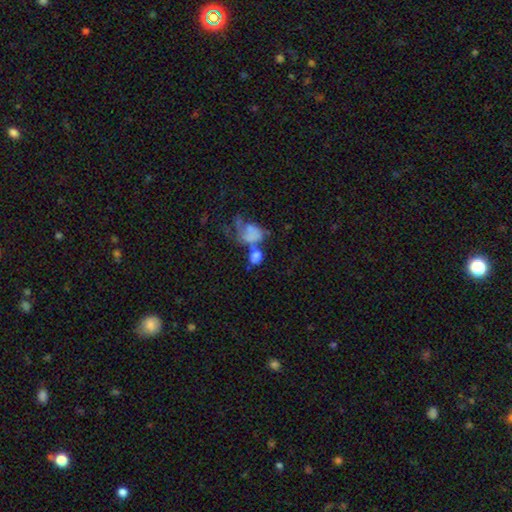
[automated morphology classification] Q: Smooth or featured?
A: smooth (69%); runner-up: featured or disk (19%)
Q: How rounded?
A: in between (58%); runner-up: round (40%)
Q: Merging?
A: merger (50%); runner-up: none (23%)